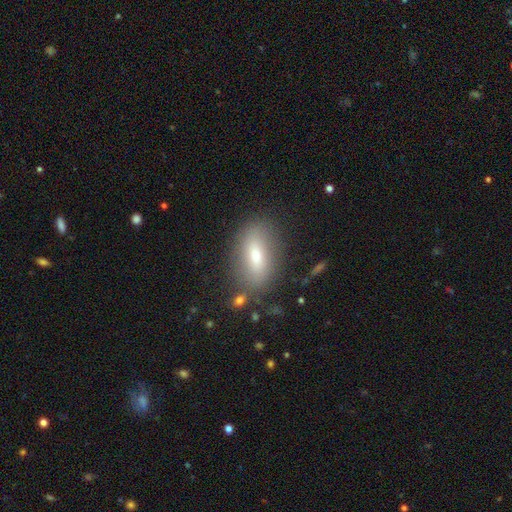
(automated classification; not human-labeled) smooth 64%, featured or disk 25%, star or artifact 10%. Down the decision tree: how rounded — in between (81%); merging — none (81%).